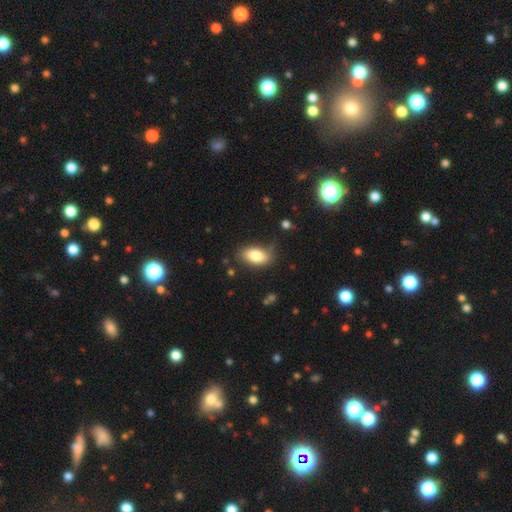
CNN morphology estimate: This appears to be a smooth galaxy with no disk features (82%) that is in between round and cigar-shaped (91%). Merging: none (71%).